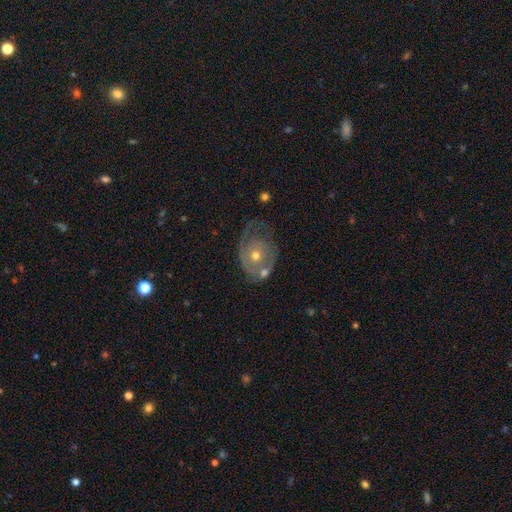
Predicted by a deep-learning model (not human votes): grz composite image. It shows a featured or disk galaxy (72%) with no bar (85%), 1 (39%) tight (59%) spiral arms (75%) and a moderate central bulge (56%). Merging: none (42%).